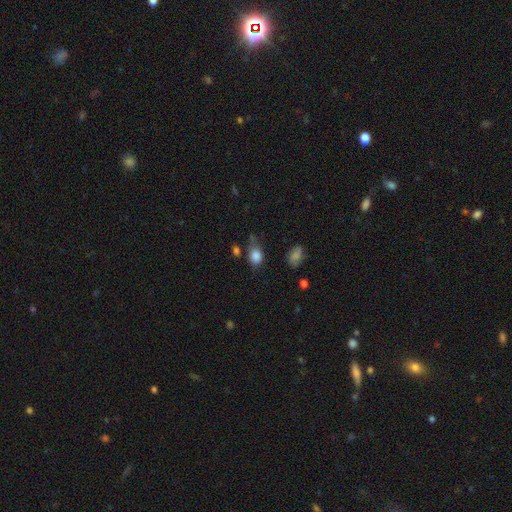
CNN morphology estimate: Smooth or featured? smooth (84%)
How rounded? in between (64%)
Merging? none (61%)